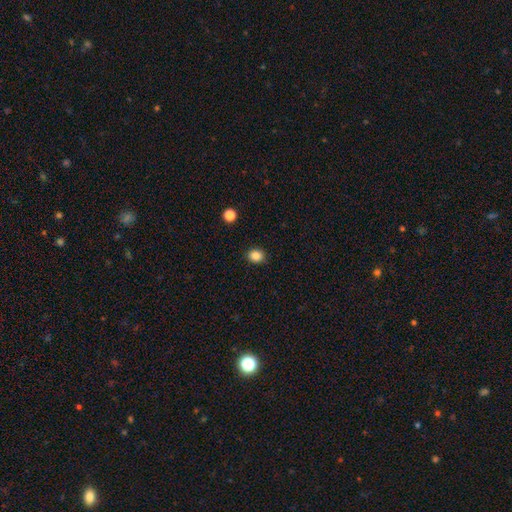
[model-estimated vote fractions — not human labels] A smooth galaxy with no disk features (85%) that is round (62%).

Vote fractions:
- Smooth or featured? smooth: 85% / star or artifact: 11% / featured or disk: 4%
- How rounded? round: 62% / in between: 37% / cigar-shaped: 1%
- Merging? none: 89% / minor disturbance: 8% / major disturbance: 2% / merger: 1%